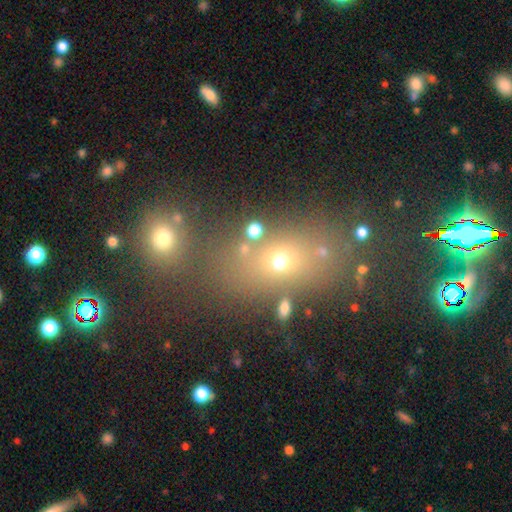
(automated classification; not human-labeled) A smooth galaxy with no disk features (46%).

Vote fractions:
- Smooth or featured? smooth: 46% / star or artifact: 36% / featured or disk: 18%
- Merging? none: 71% / merger: 13% / minor disturbance: 11% / major disturbance: 5%